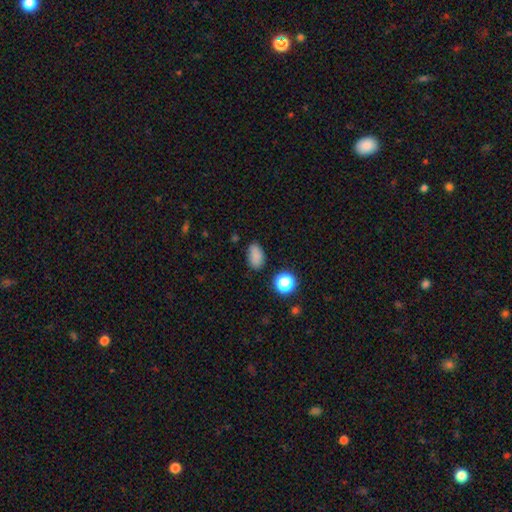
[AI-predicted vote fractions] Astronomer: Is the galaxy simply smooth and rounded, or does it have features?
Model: smooth — 83%.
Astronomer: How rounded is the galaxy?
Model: in between — 88%.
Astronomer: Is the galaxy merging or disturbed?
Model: none — 80%.